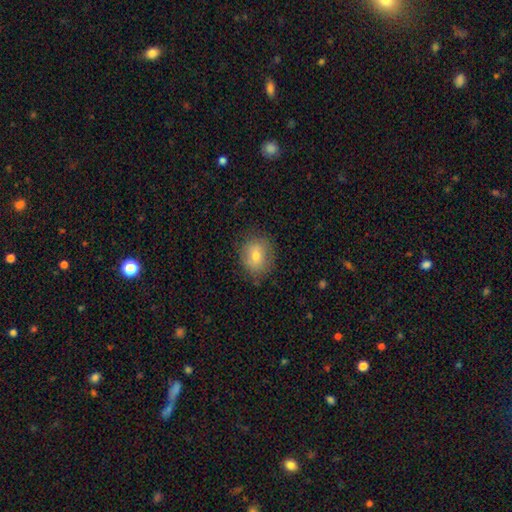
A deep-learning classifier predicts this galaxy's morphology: This appears to be a smooth galaxy with no disk features (73%) that is round (62%). Merging: none (80%).